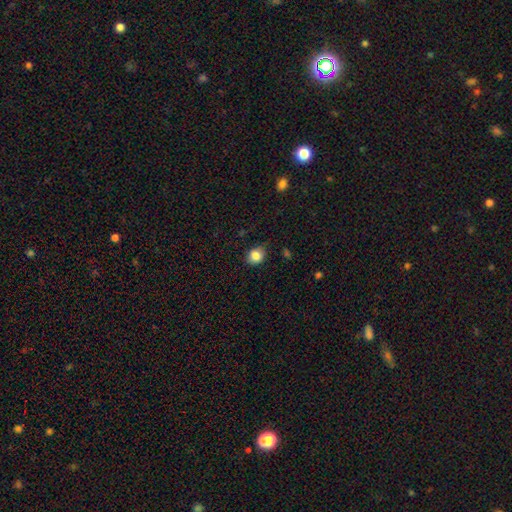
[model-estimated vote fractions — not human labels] A smooth galaxy with no disk features (84%) that is round (64%).

Vote fractions:
- Smooth or featured? smooth: 84% / star or artifact: 10% / featured or disk: 6%
- How rounded? round: 64% / in between: 35% / cigar-shaped: 1%
- Merging? none: 80% / minor disturbance: 16% / major disturbance: 3% / merger: 1%